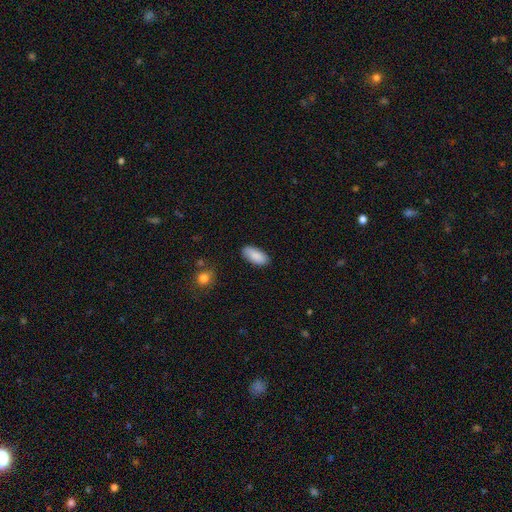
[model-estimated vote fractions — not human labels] Morphology: type=smooth (89%); roundness=in between (89%); merging=none (85%).